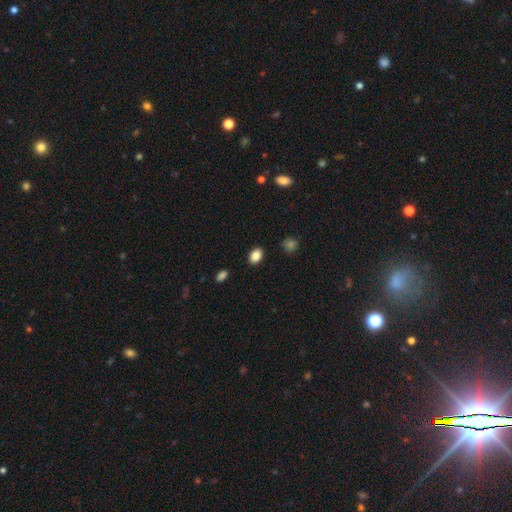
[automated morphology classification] The model was most divided on "how rounded": in between: 81%, round: 17%, cigar-shaped: 1%. More confident: merging — none (88%); smooth or featured — smooth (87%).